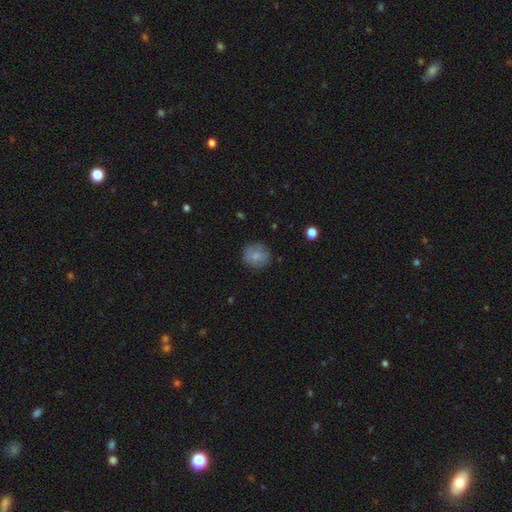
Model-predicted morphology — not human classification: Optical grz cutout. It shows a smooth galaxy with no disk features (81%) that is round (88%). Merging: none (84%).